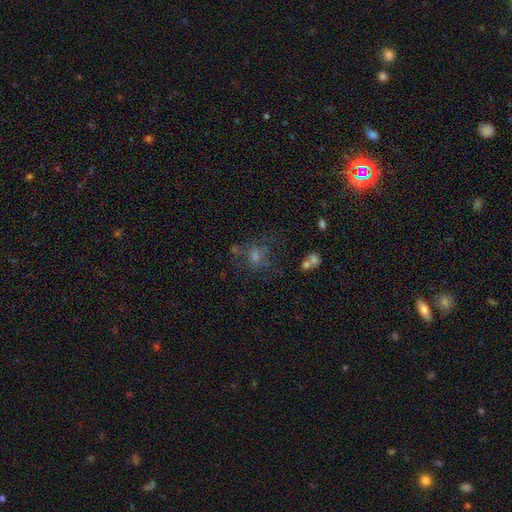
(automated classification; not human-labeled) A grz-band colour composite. It shows a smooth galaxy with no disk features (55%) that is round (60%). Merging: none (46%).